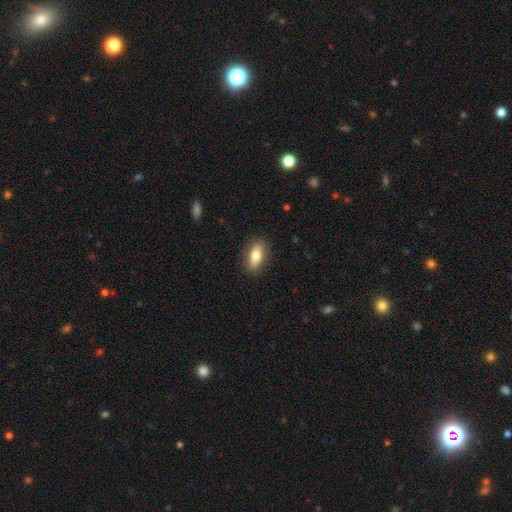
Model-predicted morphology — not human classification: Smooth or featured? Predicted: smooth (p=0.76). How rounded? Predicted: in between (p=0.83). Merging? Predicted: none (p=0.87).